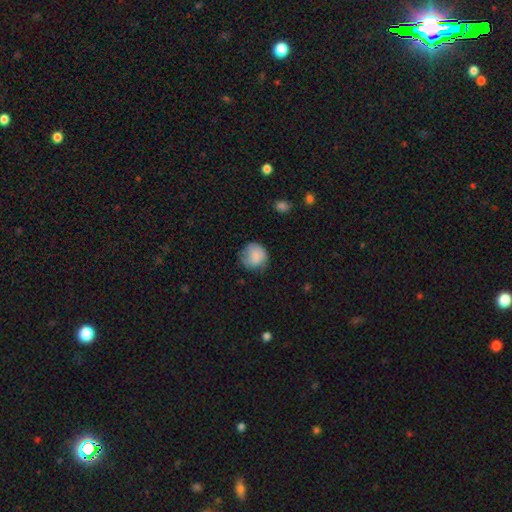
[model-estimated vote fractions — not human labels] smooth 79%, featured or disk 13%, star or artifact 8%. Down the decision tree: how rounded — round (87%); merging — none (67%).